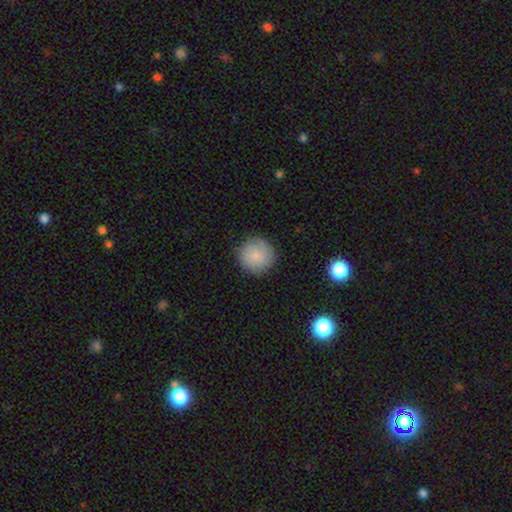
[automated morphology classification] This is clearly a smooth galaxy (83%). How rounded: clearly round (94%). Merging: clearly none (85%).